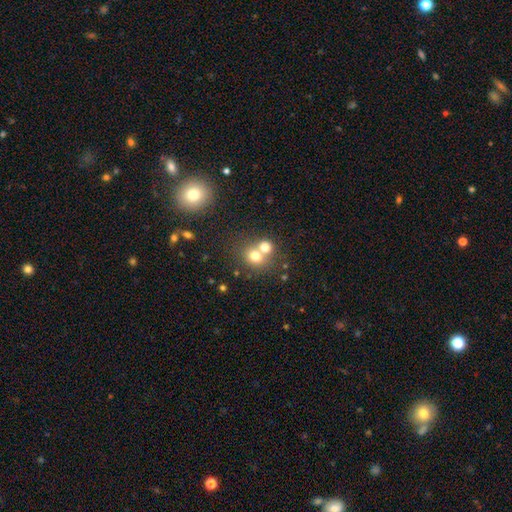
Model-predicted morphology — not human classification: Smooth or featured? smooth (72%)
How rounded? round (78%)
Merging? merger (53%)